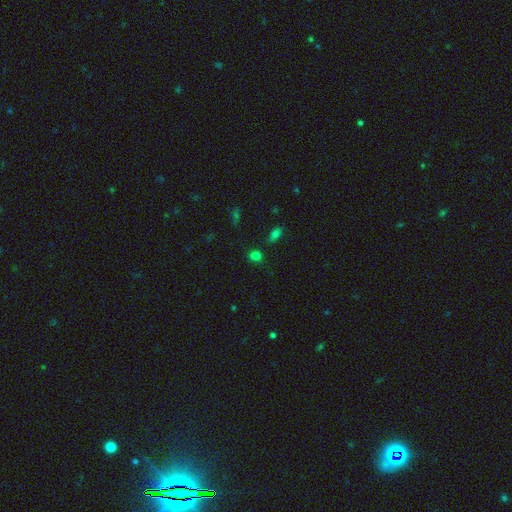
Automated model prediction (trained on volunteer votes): A smooth galaxy with no disk features (73%) that is round (56%).

Vote fractions:
- Smooth or featured? smooth: 73% / star or artifact: 22% / featured or disk: 5%
- How rounded? round: 56% / in between: 42% / cigar-shaped: 2%
- Merging? none: 73% / minor disturbance: 14% / merger: 8% / major disturbance: 5%